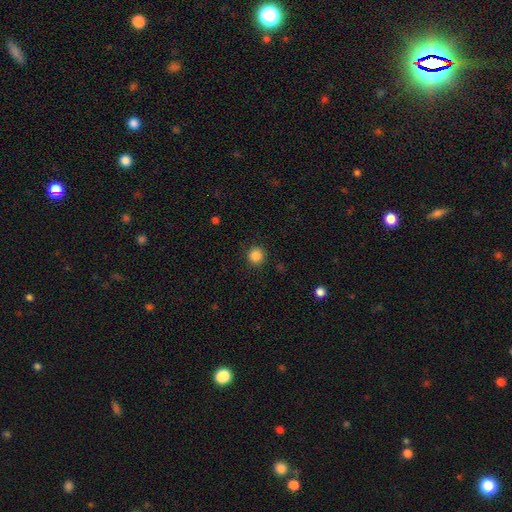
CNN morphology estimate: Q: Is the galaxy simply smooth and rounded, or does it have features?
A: smooth — 86%.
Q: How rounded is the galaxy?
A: round — 95%.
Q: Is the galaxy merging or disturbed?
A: none — 91%.